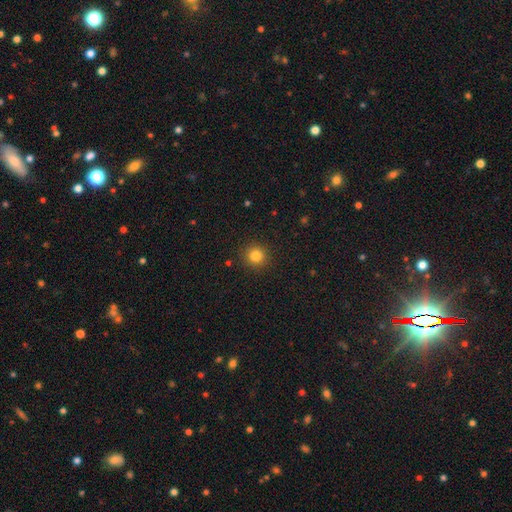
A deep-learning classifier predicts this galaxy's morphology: smooth-or-featured: smooth: 83% | star or artifact: 12% | featured or disk: 5%
  how-rounded: round: 93% | in between: 6% | cigar-shaped: 1%
  merging: none: 91% | minor disturbance: 6% | major disturbance: 2% | merger: 1%